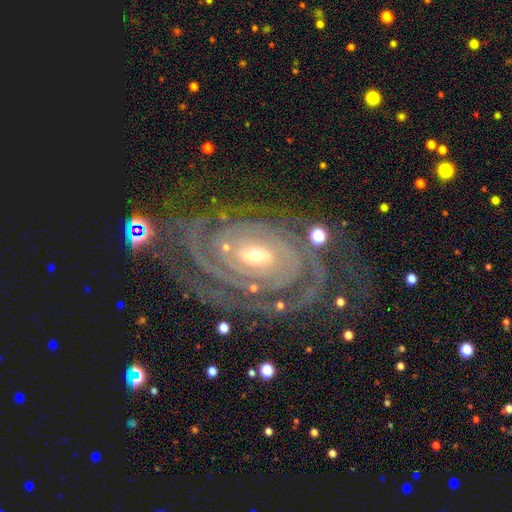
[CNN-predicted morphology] Overall: featured or disk (91%). Edge-on disk: no (97%). Bar: no (47%; weak 35%). Spiral arms: yes (98%). Spiral arm count: 2 (39%; can't tell 19%). Spiral winding: tight (78%). Bulge size: small (63%; moderate 32%). Merging: none (70%).